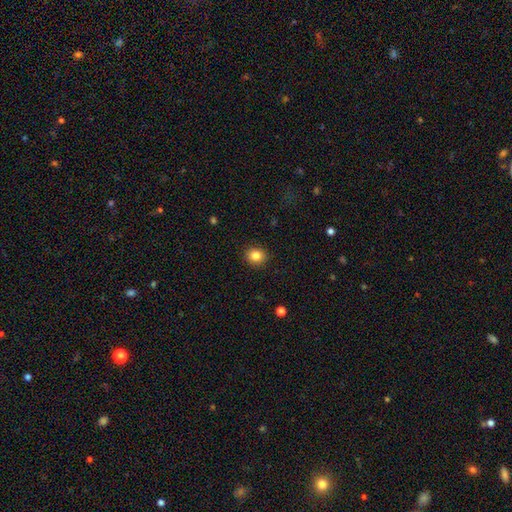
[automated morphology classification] The model was most divided on "how rounded": round: 77%, in between: 22%, cigar-shaped: 1%. More confident: merging — none (90%); smooth or featured — smooth (84%).